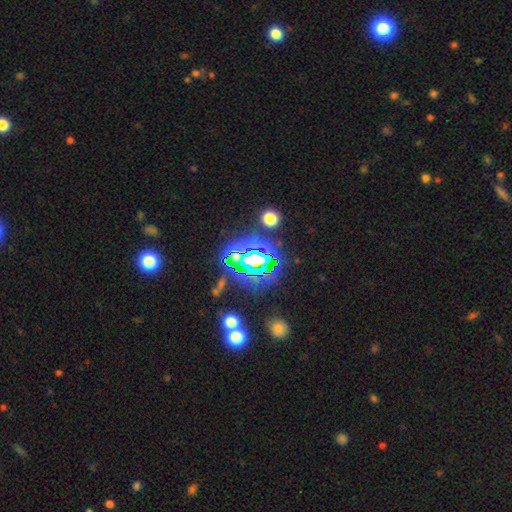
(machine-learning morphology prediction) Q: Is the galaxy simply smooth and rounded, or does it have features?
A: star or artifact — 74%.